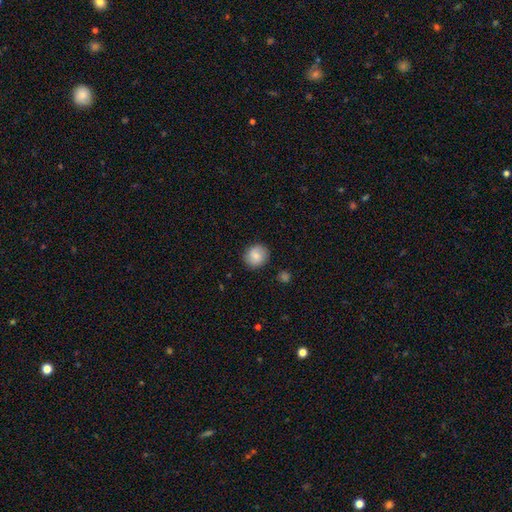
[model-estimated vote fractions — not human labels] The model was most divided on "smooth or featured": smooth: 79%, featured or disk: 13%, star or artifact: 8%. More confident: merging — none (86%); how rounded — round (86%).